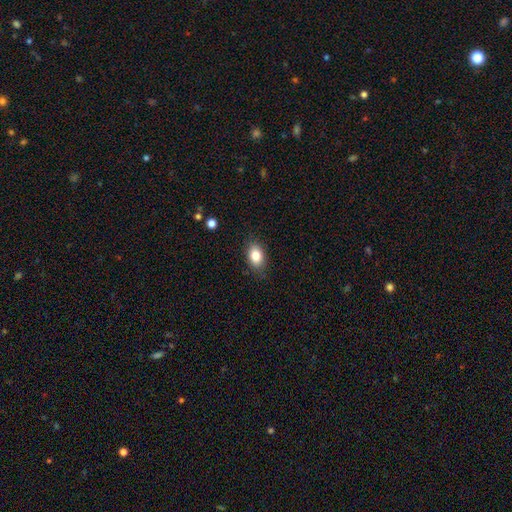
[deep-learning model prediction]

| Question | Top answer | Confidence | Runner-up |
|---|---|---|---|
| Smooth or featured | smooth | 82% | featured or disk (9%) |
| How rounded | in between | 83% | round (15%) |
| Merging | none | 84% | minor disturbance (12%) |